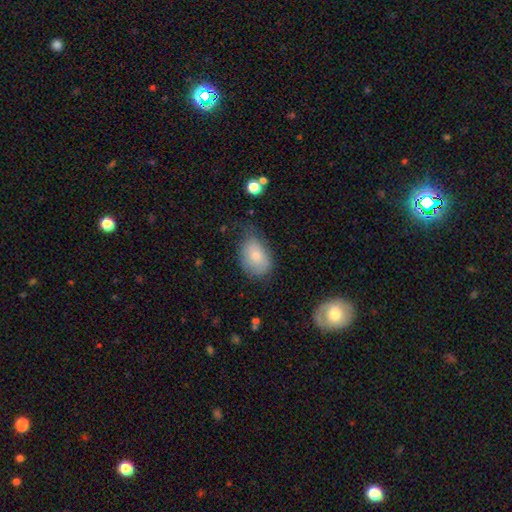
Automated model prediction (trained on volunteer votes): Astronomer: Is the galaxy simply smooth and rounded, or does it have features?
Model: smooth — 77%.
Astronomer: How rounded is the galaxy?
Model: in between — 79%.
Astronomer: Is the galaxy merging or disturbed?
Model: none — 52% (runner-up: minor disturbance, 34%).